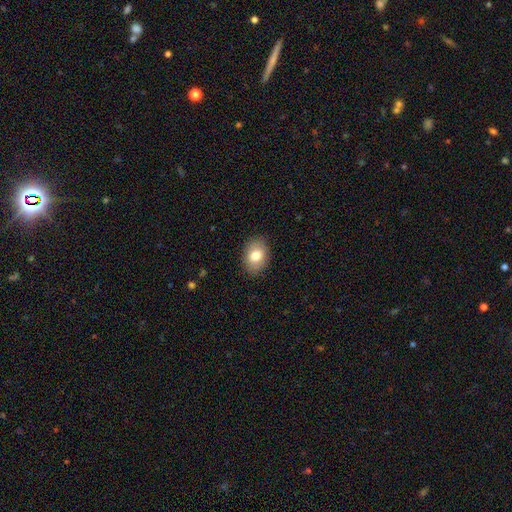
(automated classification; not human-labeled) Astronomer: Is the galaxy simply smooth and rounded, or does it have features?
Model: smooth — 79%.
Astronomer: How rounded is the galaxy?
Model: in between — 77%.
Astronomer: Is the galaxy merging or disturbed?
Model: none — 88%.